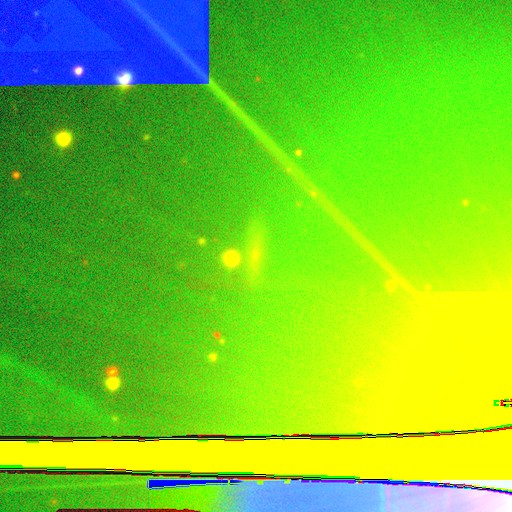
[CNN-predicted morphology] type=star or artifact (76%).